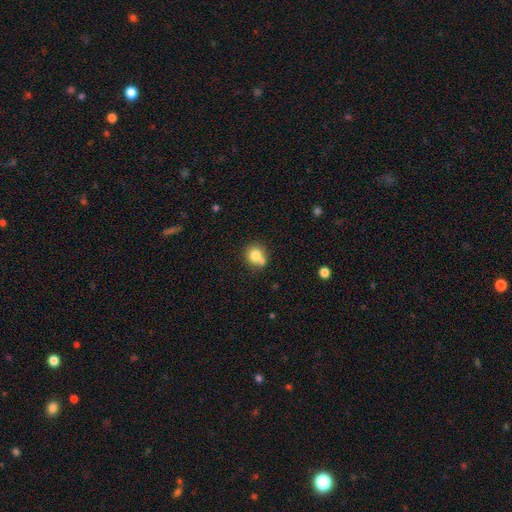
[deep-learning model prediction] This is likely a smooth galaxy (77%). How rounded: clearly round (82%). Merging: possibly none (53%).